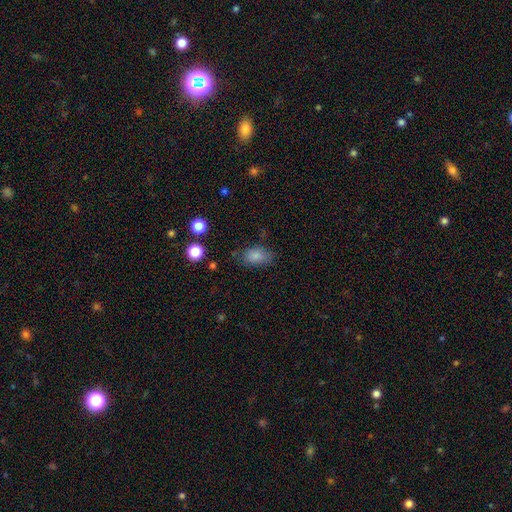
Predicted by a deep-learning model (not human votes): A smooth galaxy with no disk features (83%) that is in between round and cigar-shaped (87%).

Vote fractions:
- Smooth or featured? smooth: 83% / star or artifact: 10% / featured or disk: 7%
- How rounded? in between: 87% / round: 11% / cigar-shaped: 2%
- Merging? none: 72% / minor disturbance: 20% / major disturbance: 6% / merger: 2%